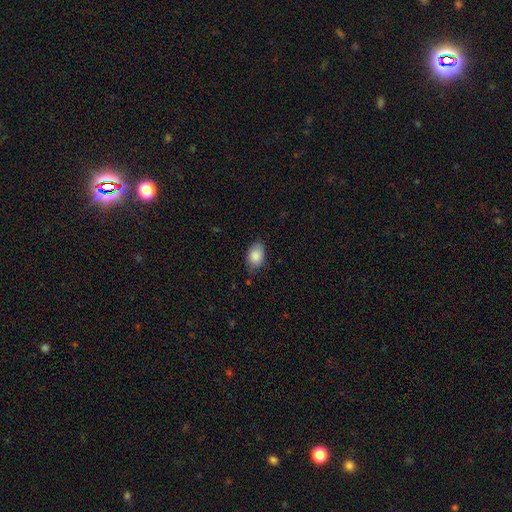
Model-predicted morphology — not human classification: smooth 87%, star or artifact 7%, featured or disk 6%. Down the decision tree: how rounded — in between (84%); merging — none (73%).